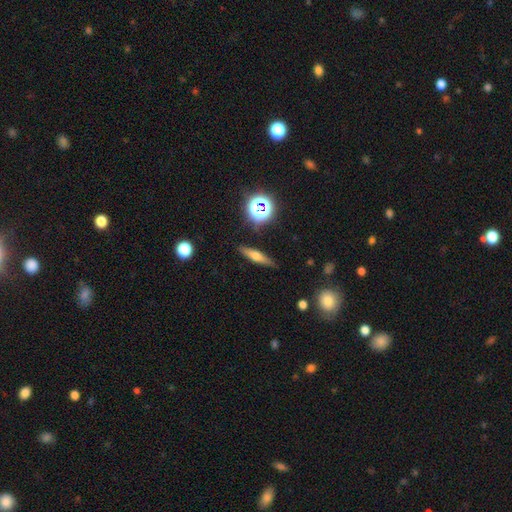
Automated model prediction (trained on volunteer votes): Smooth or featured? smooth (46%)
Merging? none (87%)